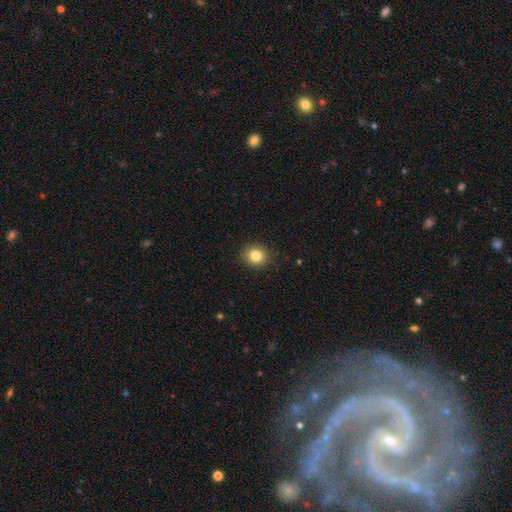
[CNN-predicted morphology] smooth-or-featured: smooth: 83% | star or artifact: 10% | featured or disk: 7%
  how-rounded: round: 81% | in between: 18% | cigar-shaped: 1%
  merging: none: 90% | minor disturbance: 7% | major disturbance: 2% | merger: 1%